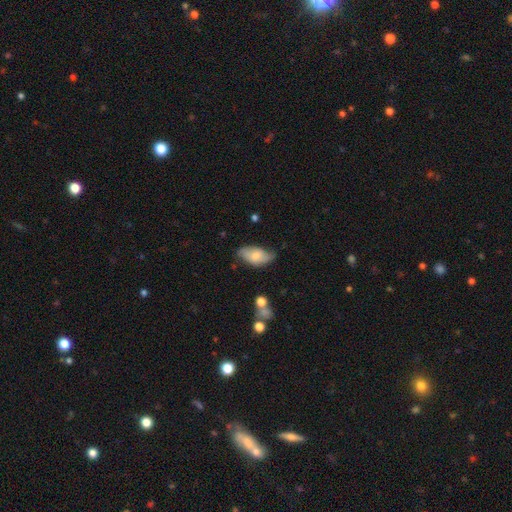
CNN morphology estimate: A smooth galaxy with no disk features (62%) that is in between round and cigar-shaped (92%).

Vote fractions:
- Smooth or featured? smooth: 62% / featured or disk: 31% / star or artifact: 7%
- How rounded? in between: 92% / cigar-shaped: 4% / round: 3%
- Merging? none: 57% / minor disturbance: 33% / major disturbance: 8% / merger: 3%